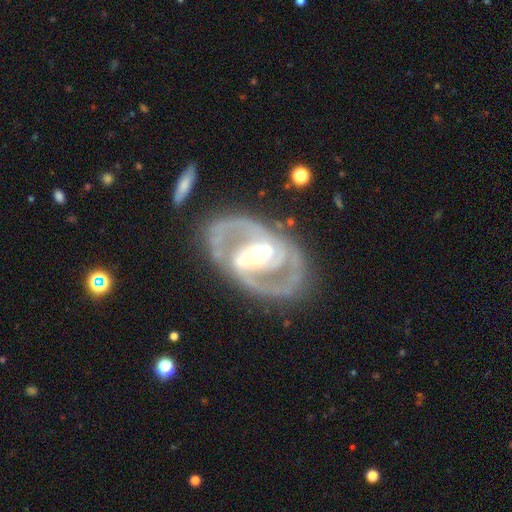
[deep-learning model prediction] smooth_or_featured: featured or disk (p=0.91) [alt: smooth p=0.04]
disk_edge_on: no (p=0.96) [alt: yes p=0.04]
bar: strong (p=0.49) [alt: weak p=0.34]
has_spiral_arms: yes (p=0.96) [alt: no p=0.04]
spiral_winding: medium (p=0.50) [alt: tight p=0.41]
spiral_arm_count: 2 (p=0.87) [alt: 3 p=0.05]
bulge_size: moderate (p=0.65) [alt: small p=0.25]
merging: none (p=0.78) [alt: minor disturbance p=0.14]